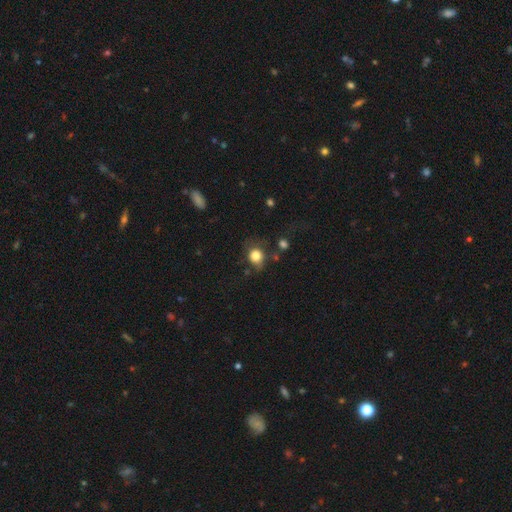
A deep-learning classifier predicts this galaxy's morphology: This appears to be a smooth galaxy with no disk features (81%) that is round (71%). Merging: none (58%).